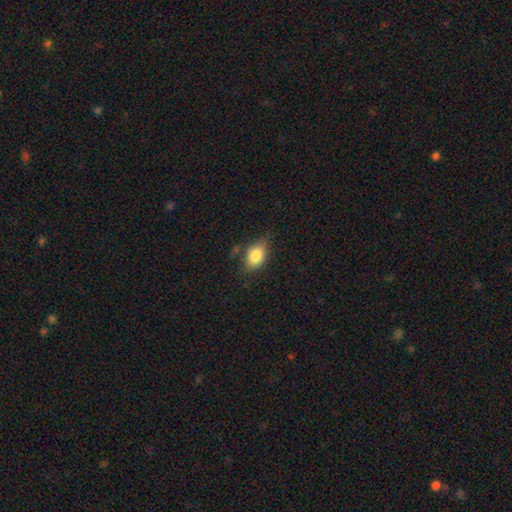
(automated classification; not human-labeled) Smooth or featured? smooth (82%)
How rounded? in between (83%)
Merging? none (64%)